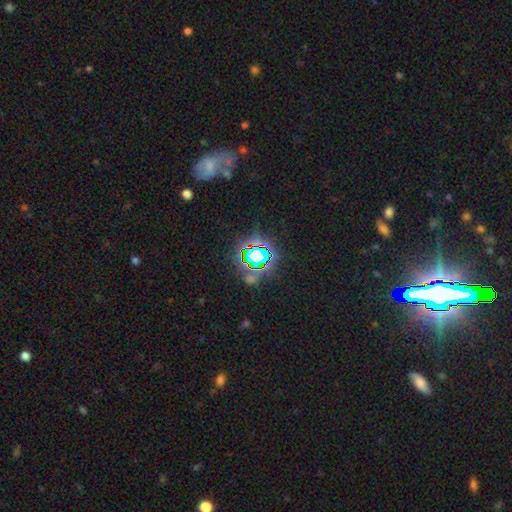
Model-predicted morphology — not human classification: A star or artifact, not a galaxy (69%).